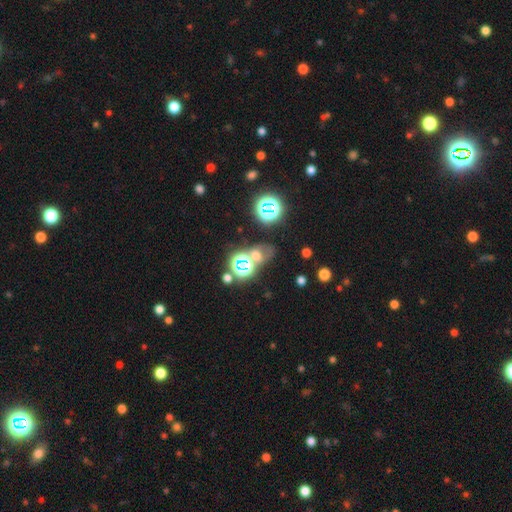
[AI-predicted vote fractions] Q: Smooth or featured?
A: star or artifact (46%); runner-up: smooth (40%)